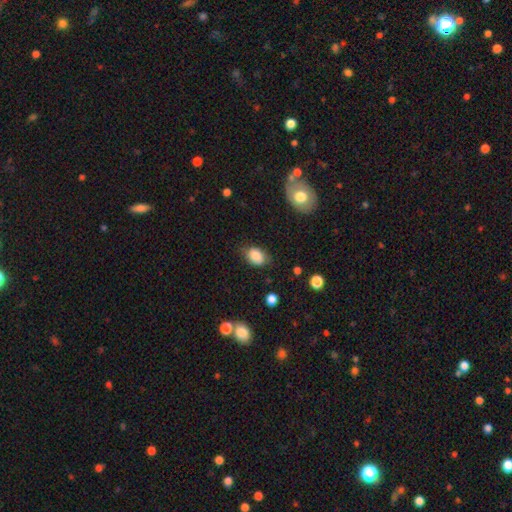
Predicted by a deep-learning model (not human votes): smooth_or_featured: smooth (p=0.82) [alt: featured or disk p=0.10]
how_rounded: in between (p=0.79) [alt: round p=0.19]
merging: none (p=0.68) [alt: minor disturbance p=0.24]